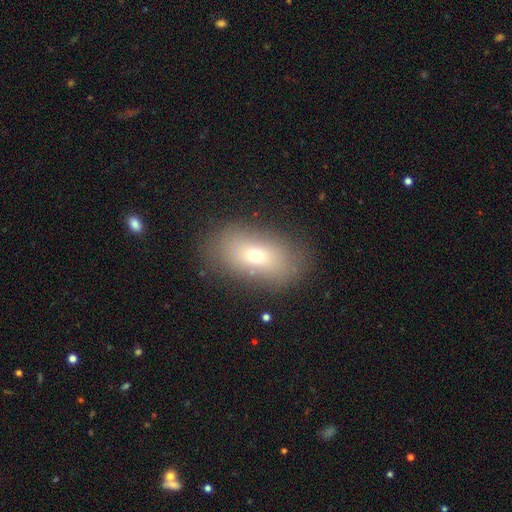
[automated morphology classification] Smooth or featured?
  - smooth: 65% *
  - featured or disk: 21%
  - star or artifact: 13%
How rounded?
  - in between: 85% *
  - round: 10%
  - cigar-shaped: 4%
Merging?
  - none: 81% *
  - minor disturbance: 12%
  - major disturbance: 5%
  - merger: 2%